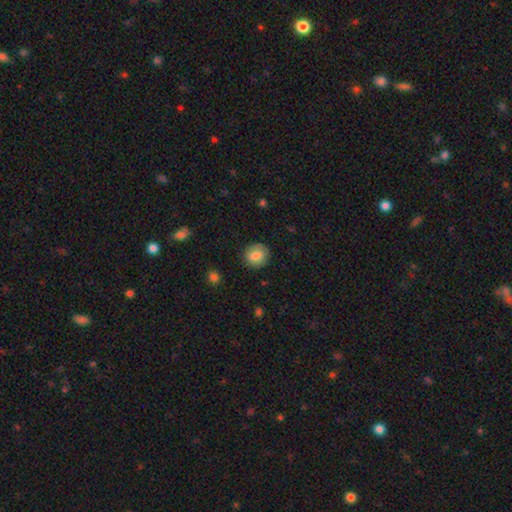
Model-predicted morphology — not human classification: This is likely a smooth galaxy (80%). How rounded: likely round (77%). Merging: clearly none (83%).